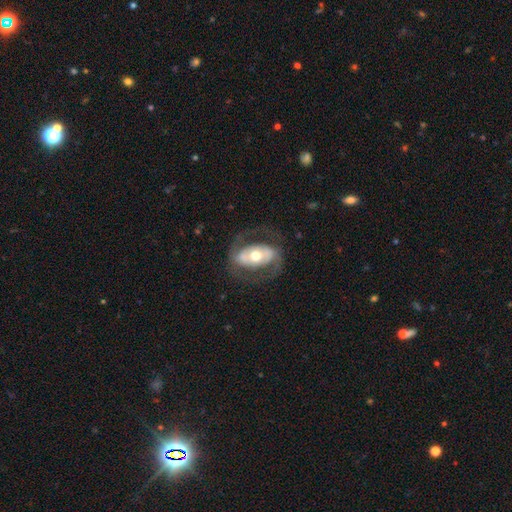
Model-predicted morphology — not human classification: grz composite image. It shows a featured or disk galaxy (74%) with no bar (38%), spiral arms (71%) and a moderate central bulge (69%). Merging: none (71%).